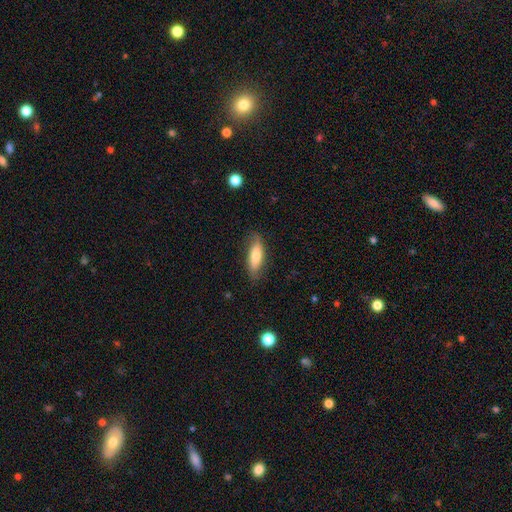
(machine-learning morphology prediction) Smooth or featured? Predicted: smooth (p=0.69). How rounded? Predicted: in between (p=0.60). Merging? Predicted: none (p=0.77).